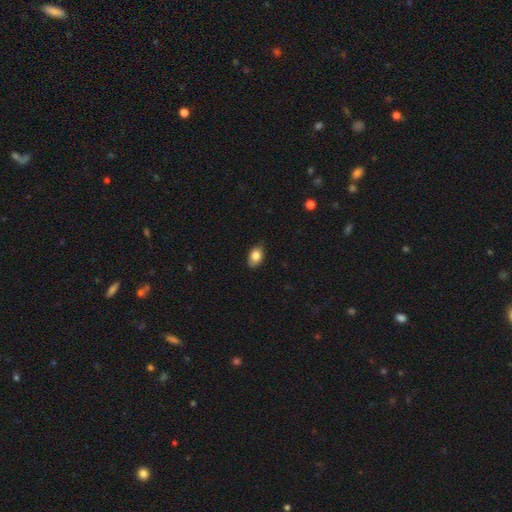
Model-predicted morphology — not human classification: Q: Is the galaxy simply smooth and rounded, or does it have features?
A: smooth — 83%.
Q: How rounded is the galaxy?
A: in between — 87%.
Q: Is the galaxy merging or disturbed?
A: none — 82%.